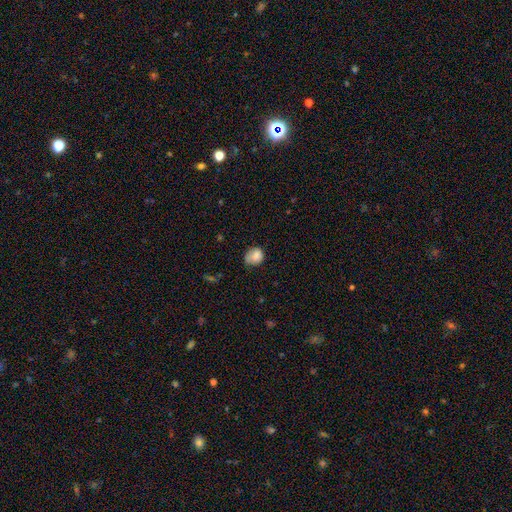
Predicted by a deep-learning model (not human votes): smooth 80%, featured or disk 12%, star or artifact 9%. Down the decision tree: how rounded — round (63%); merging — none (50%).